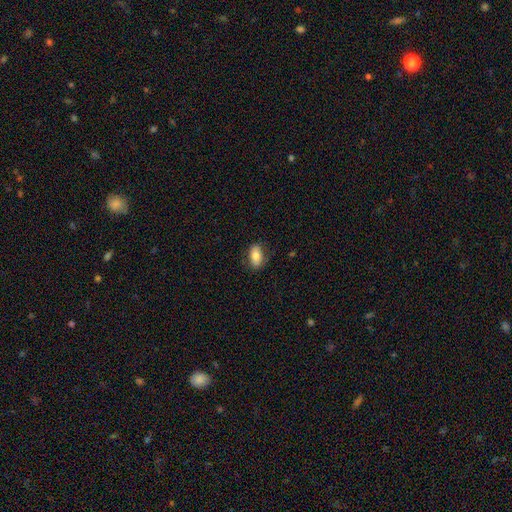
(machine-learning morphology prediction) A smooth galaxy with no disk features (75%) that is in between round and cigar-shaped (90%).

Vote fractions:
- Smooth or featured? smooth: 75% / featured or disk: 18% / star or artifact: 7%
- How rounded? in between: 90% / round: 6% / cigar-shaped: 4%
- Merging? none: 78% / minor disturbance: 16% / major disturbance: 4% / merger: 1%